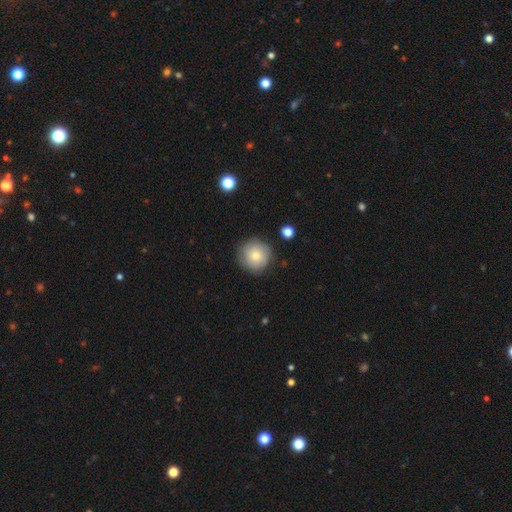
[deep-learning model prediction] Smooth or featured? Predicted: smooth (p=0.78). How rounded? Predicted: round (p=0.95). Merging? Predicted: none (p=0.84).